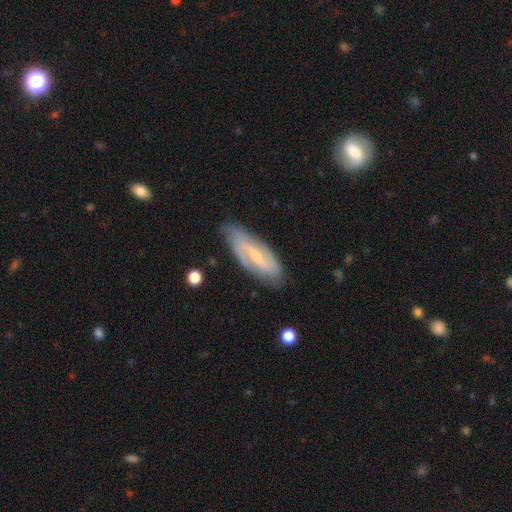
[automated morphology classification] Smooth or featured? Predicted: featured or disk (p=0.76). Edge-on disk? Predicted: no (p=0.88). Bar? Predicted: weak (p=0.46). Spiral arms? Predicted: yes (p=0.90). Spiral winding? Predicted: medium (p=0.41). Spiral arm count? Predicted: 2 (p=0.81). Bulge size? Predicted: small (p=0.64). Merging? Predicted: none (p=0.78).